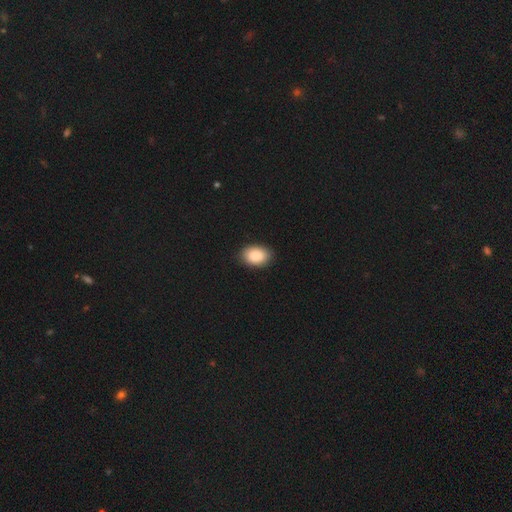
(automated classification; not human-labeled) Q: Smooth or featured?
A: smooth (89%); runner-up: star or artifact (7%)
Q: How rounded?
A: in between (86%); runner-up: round (13%)
Q: Merging?
A: none (89%); runner-up: minor disturbance (9%)